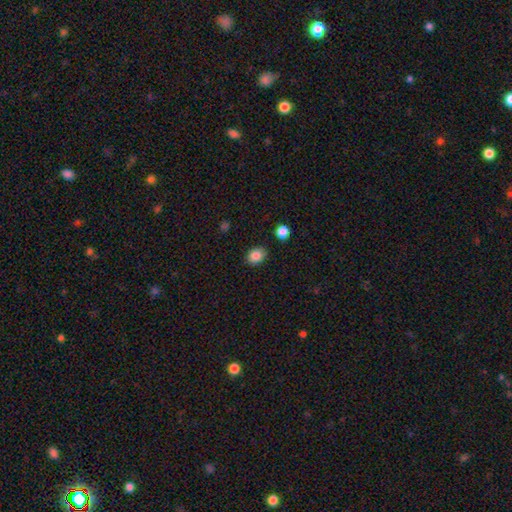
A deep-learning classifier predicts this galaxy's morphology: Smooth or featured? smooth (86%)
How rounded? in between (59%)
Merging? none (86%)